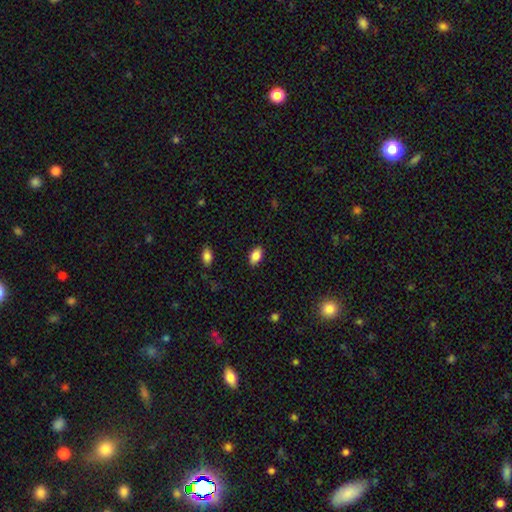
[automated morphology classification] Smooth or featured? smooth (86%)
How rounded? in between (91%)
Merging? none (87%)